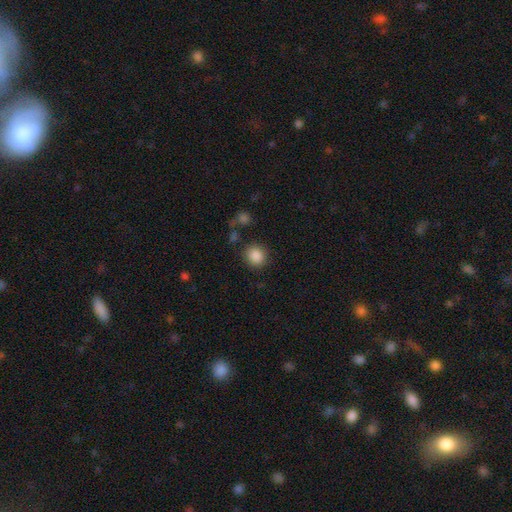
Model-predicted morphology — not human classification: This appears to be a smooth galaxy with no disk features (87%) that is round (85%). Merging: none (84%).